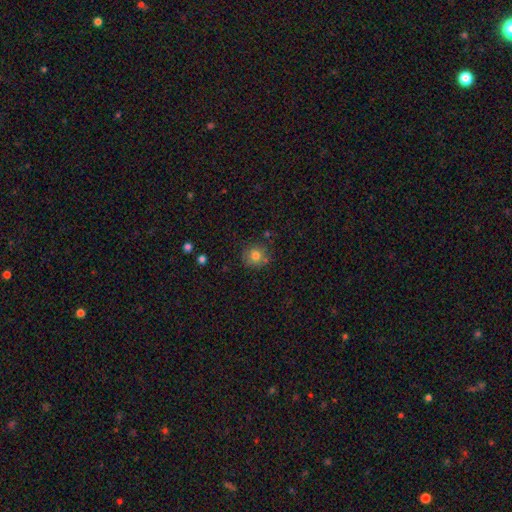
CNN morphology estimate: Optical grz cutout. It shows a smooth galaxy with no disk features (79%) that is round (90%). Merging: none (80%).